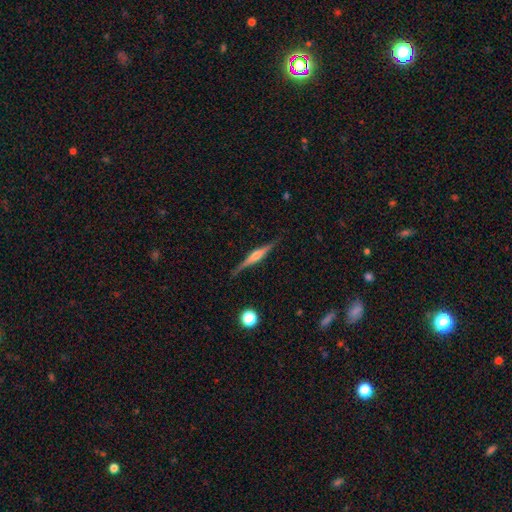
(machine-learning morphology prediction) type=featured or disk (77%); edge-on=yes (98%); edge-on bulge=rounded (79%); merging=none (86%).